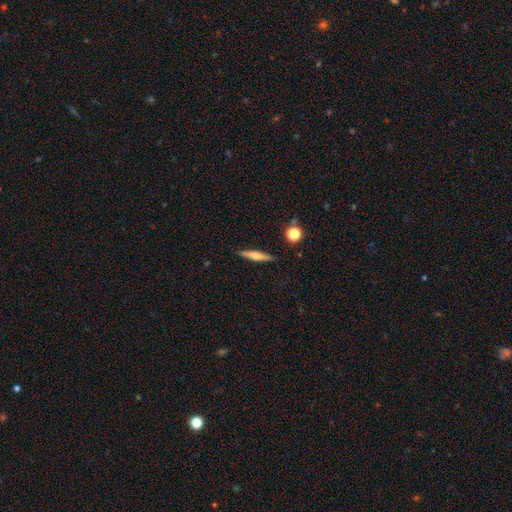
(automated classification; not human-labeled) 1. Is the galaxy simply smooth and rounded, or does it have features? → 54% smooth, 39% featured or disk, 7% star or artifact.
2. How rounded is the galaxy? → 89% cigar-shaped, 9% in between, 2% round.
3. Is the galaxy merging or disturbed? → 88% none, 8% minor disturbance, 2% major disturbance, 2% merger.